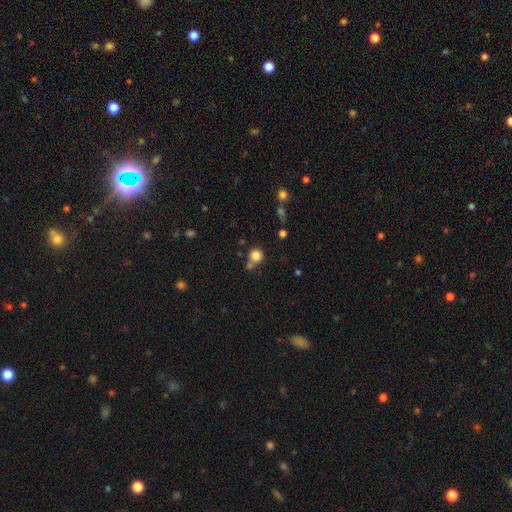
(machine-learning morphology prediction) Smooth or featured: smooth — 82% (star or artifact — 12%)
How rounded: round — 89% (in between — 10%)
Merging: none — 60% (merger — 23%)